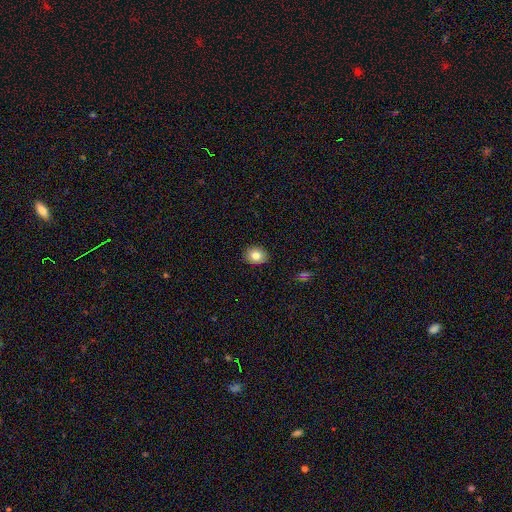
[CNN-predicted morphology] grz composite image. It shows a smooth galaxy with no disk features (81%) that is round (54%). Merging: none (89%).